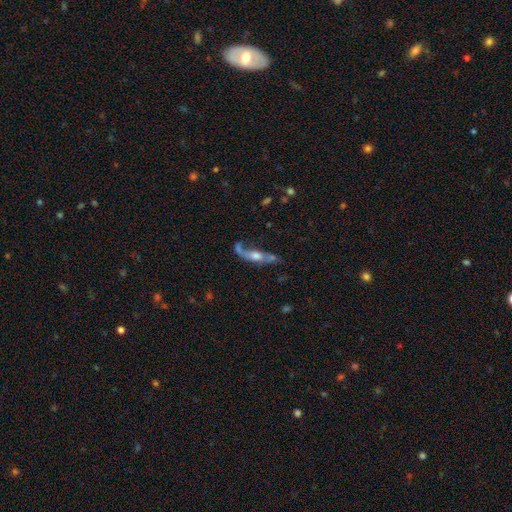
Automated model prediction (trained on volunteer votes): A featured or disk galaxy (58%) viewed edge-on (51%). Merging: none (41%).